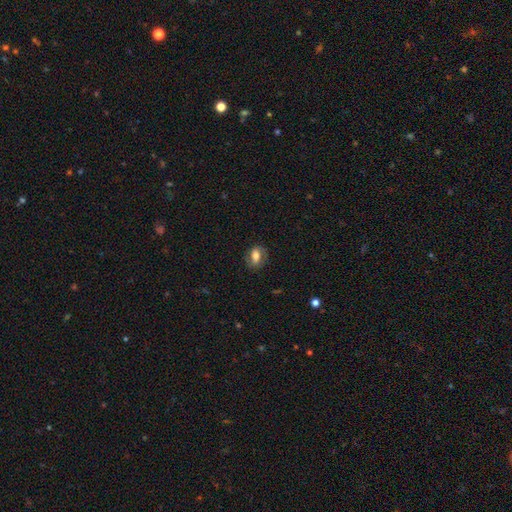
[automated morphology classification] This appears to be a smooth galaxy with no disk features (59%) that is in between round and cigar-shaped (76%). Merging: none (76%).